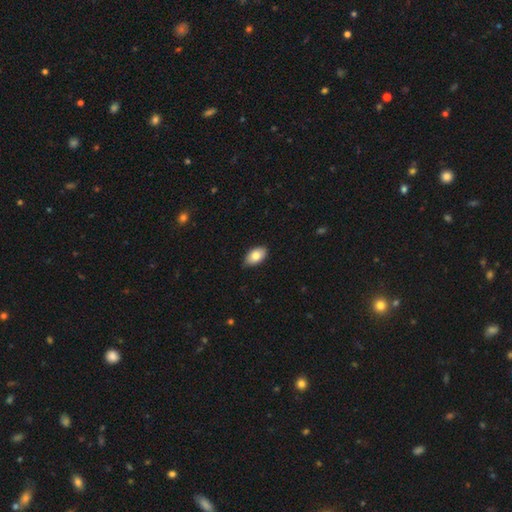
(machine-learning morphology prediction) This is clearly a smooth galaxy (81%). How rounded: clearly in between (94%). Merging: clearly none (84%).